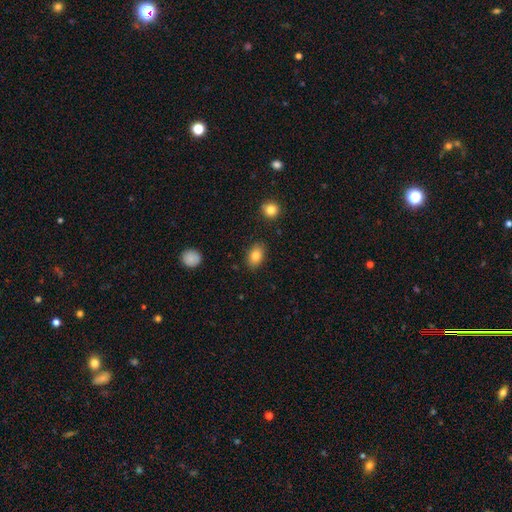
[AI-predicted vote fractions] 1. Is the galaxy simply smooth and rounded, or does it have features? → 82% smooth, 10% featured or disk, 8% star or artifact.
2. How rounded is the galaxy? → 86% in between, 12% round, 2% cigar-shaped.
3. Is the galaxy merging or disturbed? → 87% none, 9% minor disturbance, 2% major disturbance, 2% merger.